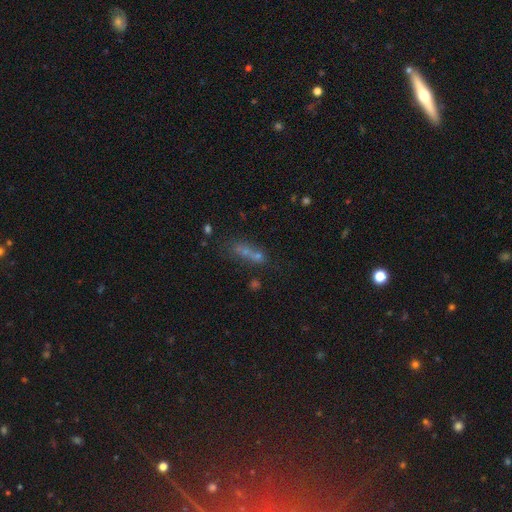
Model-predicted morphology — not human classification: A smooth galaxy with no disk features (47%).

Vote fractions:
- Smooth or featured? smooth: 47% / star or artifact: 30% / featured or disk: 22%
- Merging? merger: 40% (tied) / none: 40% (tied) / minor disturbance: 11% / major disturbance: 9%